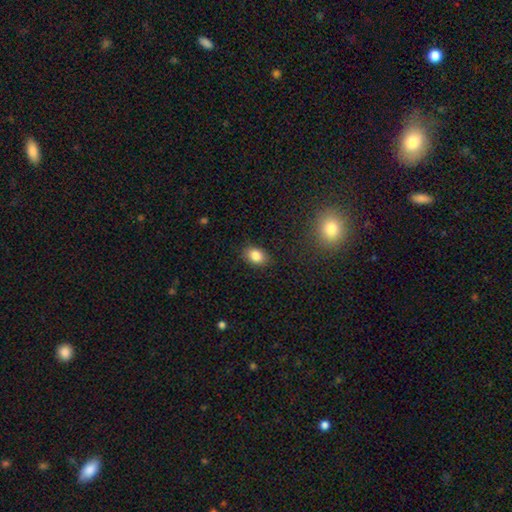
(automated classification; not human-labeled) Smooth or featured?
  - smooth: 84% *
  - star or artifact: 9%
  - featured or disk: 6%
How rounded?
  - in between: 75% *
  - round: 24%
  - cigar-shaped: 1%
Merging?
  - none: 86% *
  - minor disturbance: 10%
  - major disturbance: 2%
  - merger: 1%